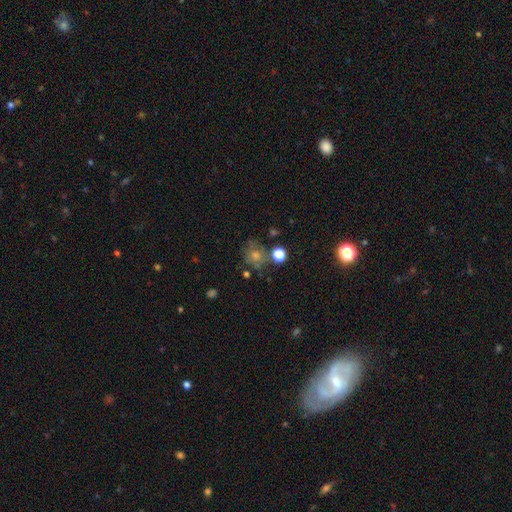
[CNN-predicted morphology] This is marginally a smooth galaxy (45%). Merging: likely none (63%).